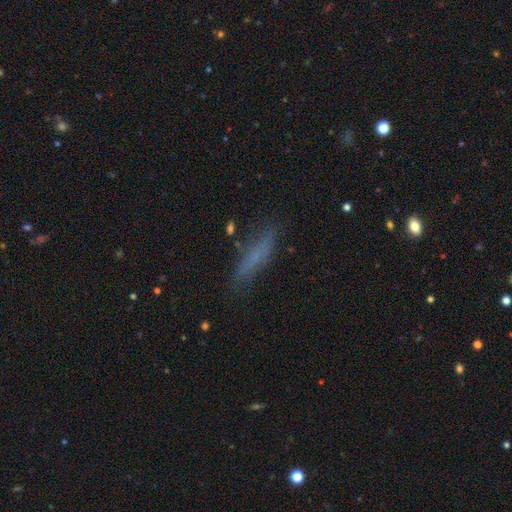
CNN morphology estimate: smooth-or-featured: smooth: 62% | featured or disk: 25% | star or artifact: 13%
  how-rounded: cigar-shaped: 78% | in between: 20% | round: 2%
  merging: none: 77% | minor disturbance: 15% | major disturbance: 5% | merger: 3%